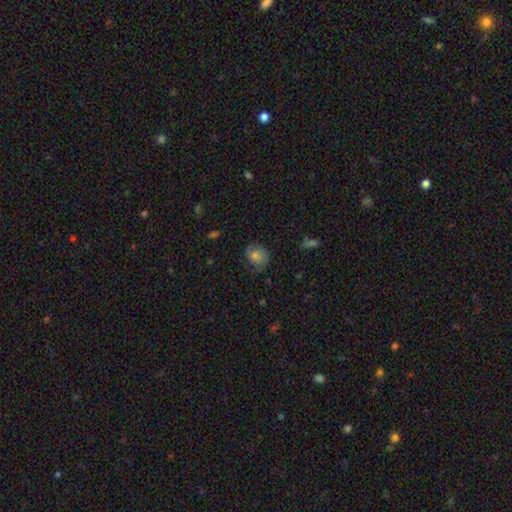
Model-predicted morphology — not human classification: Overall: smooth (70%). How rounded: round (68%; in between 31%). Merging: none (68%).